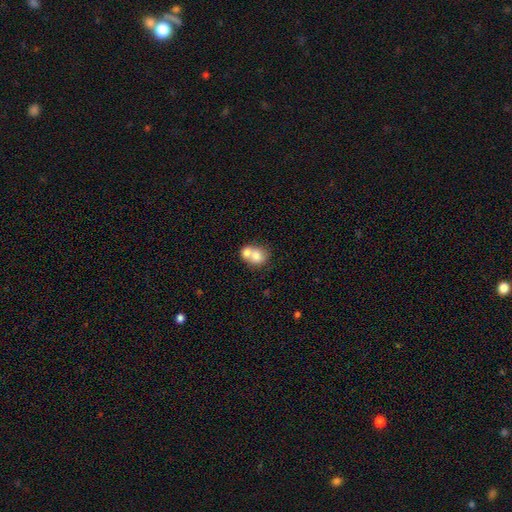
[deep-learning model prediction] smooth 73%, featured or disk 18%, star or artifact 8%. Down the decision tree: how rounded — round (65%); merging — merger (69%).